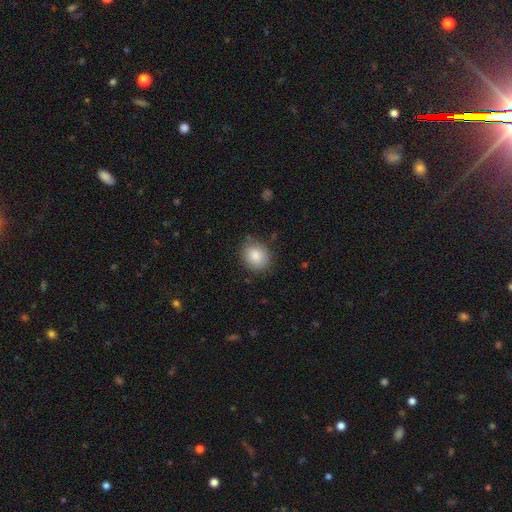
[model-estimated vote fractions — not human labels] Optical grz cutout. It shows a smooth galaxy with no disk features (85%) that is round (59%). Merging: none (81%).